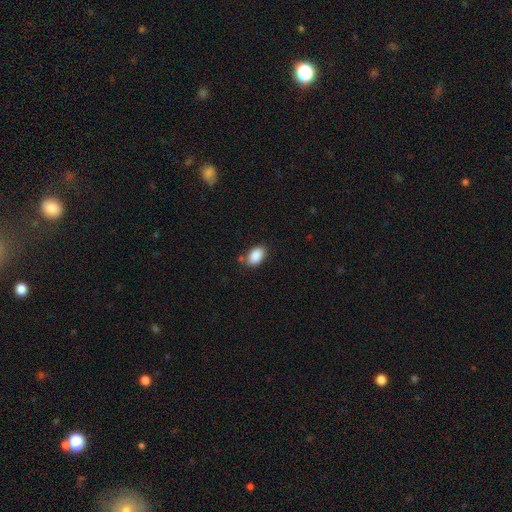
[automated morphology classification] smooth-or-featured: smooth: 89% | star or artifact: 8% | featured or disk: 4%
  how-rounded: in between: 91% | round: 8% | cigar-shaped: 1%
  merging: none: 79% | minor disturbance: 14% | merger: 4% | major disturbance: 3%